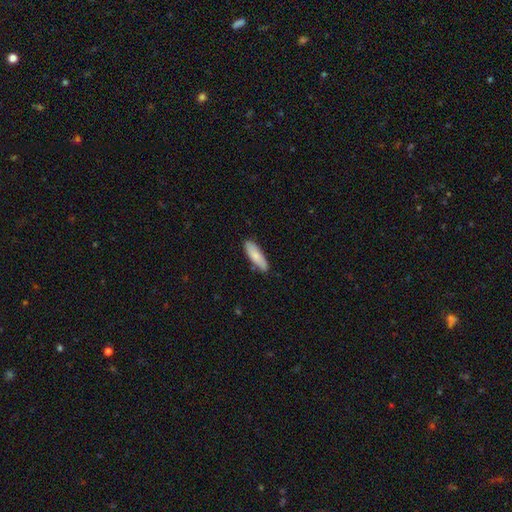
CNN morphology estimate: Overall: smooth (81%). How rounded: cigar-shaped (50%; in between 49%). Merging: none (83%).